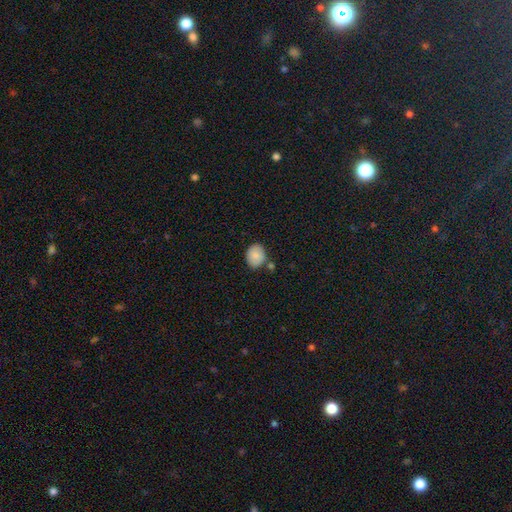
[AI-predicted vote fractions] smooth_or_featured: smooth (p=0.86) [alt: star or artifact p=0.07]
how_rounded: in between (p=0.51) [alt: round p=0.48]
merging: none (p=0.70) [alt: minor disturbance p=0.16]